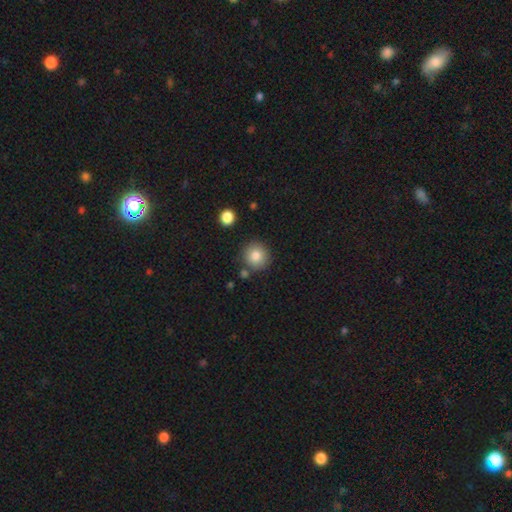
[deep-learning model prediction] This is clearly a smooth galaxy (84%). How rounded: clearly round (92%). Merging: clearly none (81%).